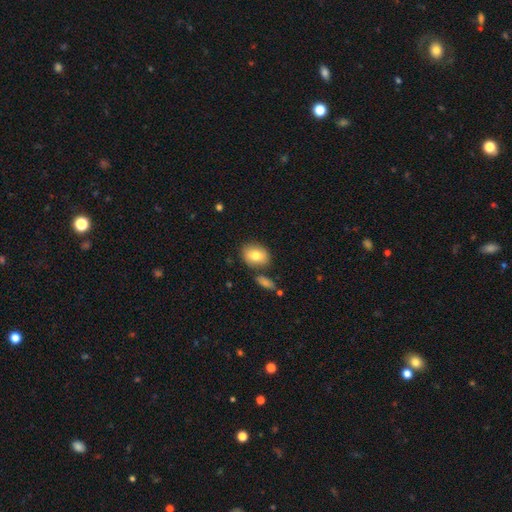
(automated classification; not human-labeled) Smooth or featured: smooth — 76% (featured or disk — 16%)
How rounded: in between — 57% (round — 42%)
Merging: none — 73% (minor disturbance — 14%)